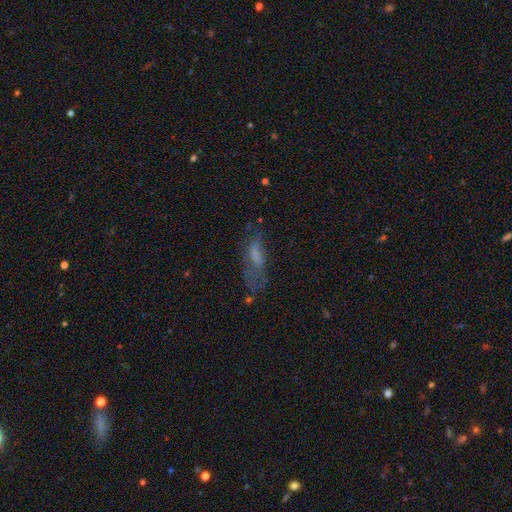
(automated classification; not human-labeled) A smooth galaxy with no disk features (48%).

Vote fractions:
- Smooth or featured? smooth: 48% / featured or disk: 39% / star or artifact: 14%
- Merging? none: 43% / major disturbance: 28% / minor disturbance: 25% / merger: 4%